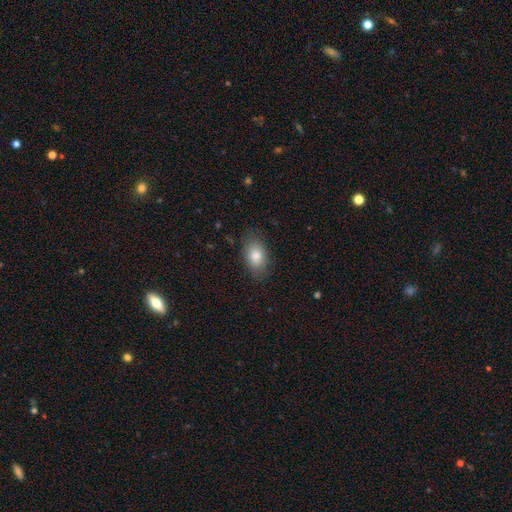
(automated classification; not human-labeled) Morphology: type=smooth (83%); roundness=in between (88%); merging=none (82%).